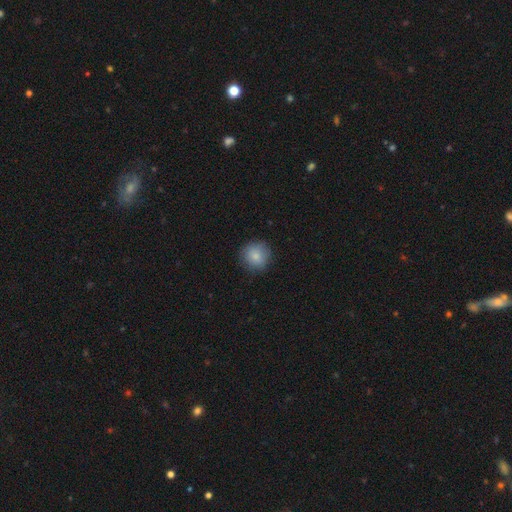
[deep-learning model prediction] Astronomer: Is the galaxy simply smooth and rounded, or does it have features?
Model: smooth — 85%.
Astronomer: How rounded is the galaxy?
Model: round — 92%.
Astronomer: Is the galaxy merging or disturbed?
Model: none — 87%.